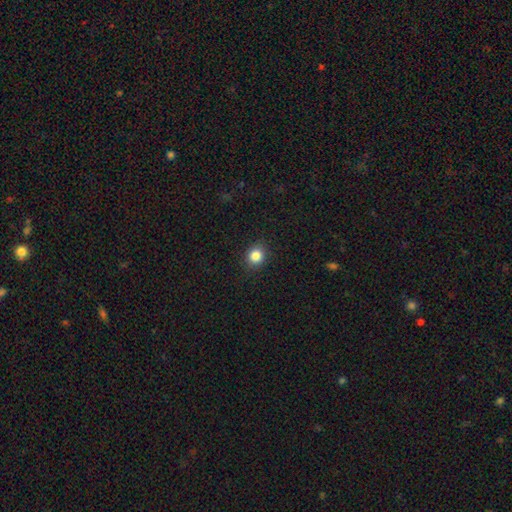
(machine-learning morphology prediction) Smooth or featured?
  - smooth: 84% *
  - star or artifact: 11%
  - featured or disk: 5%
How rounded?
  - round: 77% *
  - in between: 22%
  - cigar-shaped: 1%
Merging?
  - none: 89% *
  - minor disturbance: 8%
  - major disturbance: 2%
  - merger: 1%